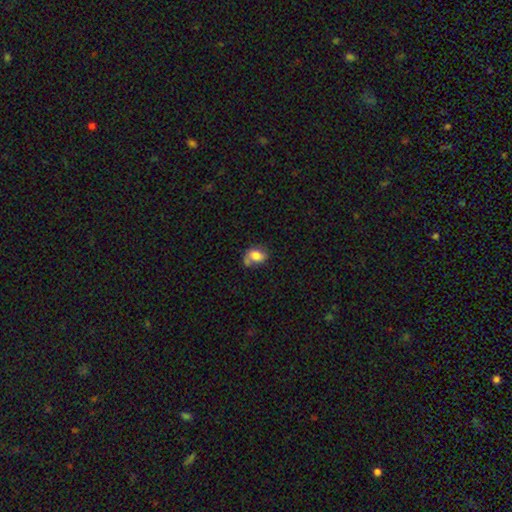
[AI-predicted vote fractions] smooth-or-featured: smooth: 73% | featured or disk: 18% | star or artifact: 9%
  how-rounded: in between: 67% | round: 31% | cigar-shaped: 1%
  merging: none: 42% | minor disturbance: 27% | merger: 16% | major disturbance: 15%